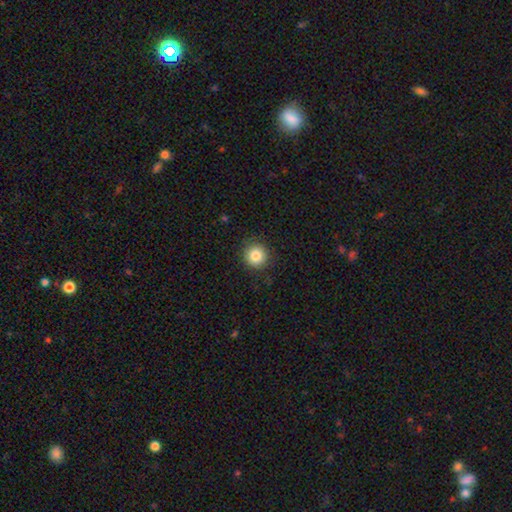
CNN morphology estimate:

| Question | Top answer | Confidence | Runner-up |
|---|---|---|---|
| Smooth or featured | smooth | 84% | star or artifact (10%) |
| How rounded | round | 94% | in between (5%) |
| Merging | none | 89% | minor disturbance (8%) |